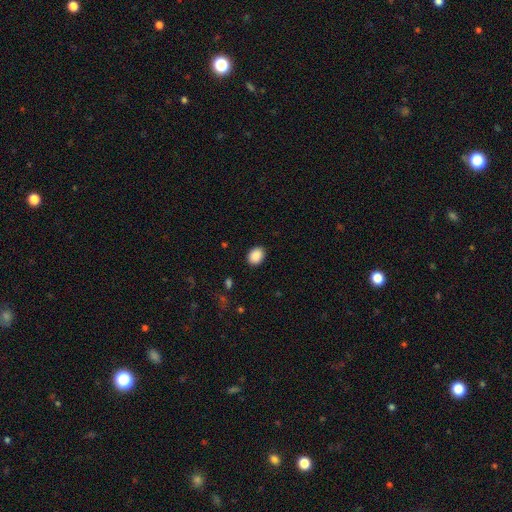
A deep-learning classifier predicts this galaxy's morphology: smooth-or-featured: smooth: 89% | star or artifact: 8% | featured or disk: 3%
  how-rounded: in between: 58% | round: 41% | cigar-shaped: 1%
  merging: none: 89% | minor disturbance: 8% | major disturbance: 2% | merger: 1%